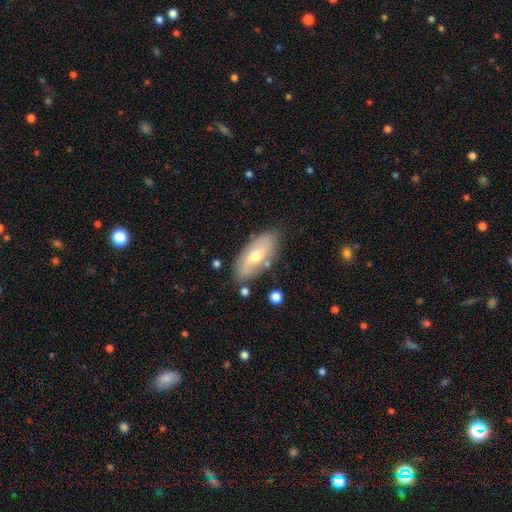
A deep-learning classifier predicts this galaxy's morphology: A smooth galaxy with no disk features (50%).

Vote fractions:
- Smooth or featured? smooth: 50% / featured or disk: 44% / star or artifact: 7%
- Merging? none: 78% / minor disturbance: 15% / merger: 4% / major disturbance: 3%